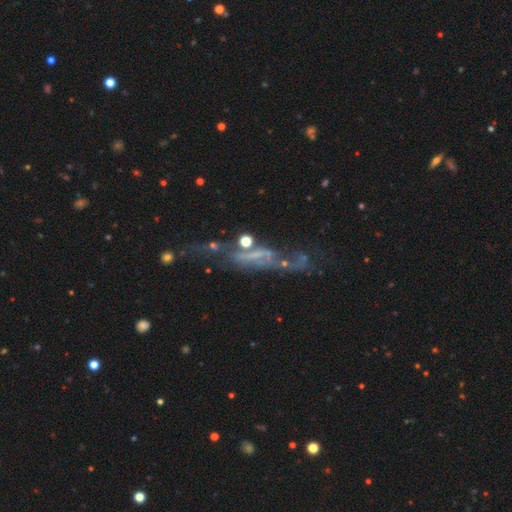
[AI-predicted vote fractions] This is likely a featured or disk galaxy (62%). It is likely not viewed edge-on (66%). Merging: marginally none (35%).